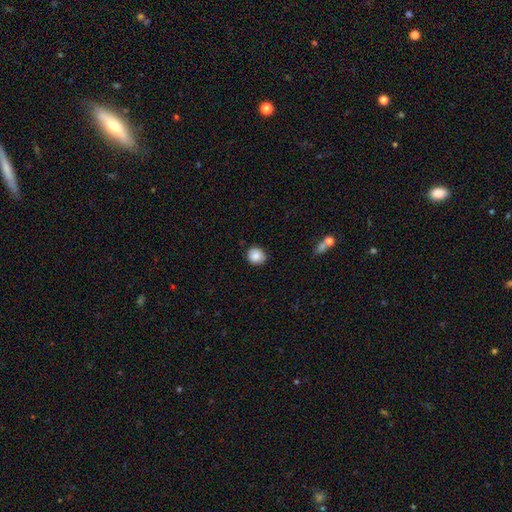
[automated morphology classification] Q: Smooth or featured?
A: smooth (87%); runner-up: star or artifact (8%)
Q: How rounded?
A: round (83%); runner-up: in between (17%)
Q: Merging?
A: none (85%); runner-up: minor disturbance (12%)